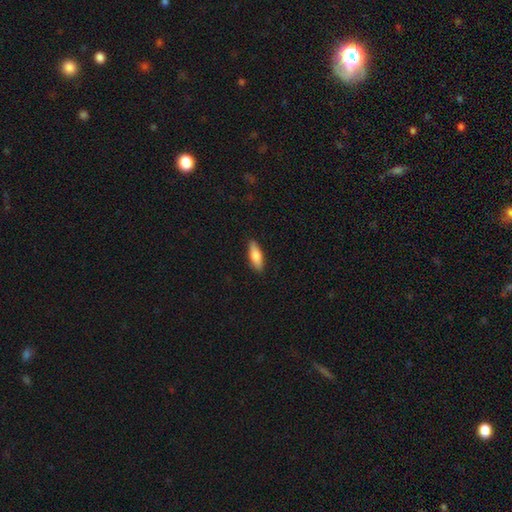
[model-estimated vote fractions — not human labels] smooth-or-featured: smooth: 76% | featured or disk: 18% | star or artifact: 6%
  how-rounded: in between: 54% | cigar-shaped: 44% | round: 2%
  merging: none: 88% | minor disturbance: 9% | major disturbance: 2% | merger: 1%